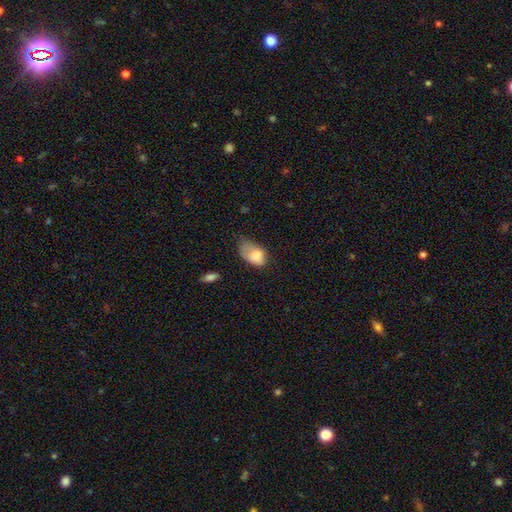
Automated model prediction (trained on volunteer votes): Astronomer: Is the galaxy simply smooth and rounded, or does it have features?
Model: smooth — 79%.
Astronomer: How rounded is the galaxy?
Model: in between — 89%.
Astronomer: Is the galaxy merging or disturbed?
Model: minor disturbance — 43% (runner-up: major disturbance, 31%).